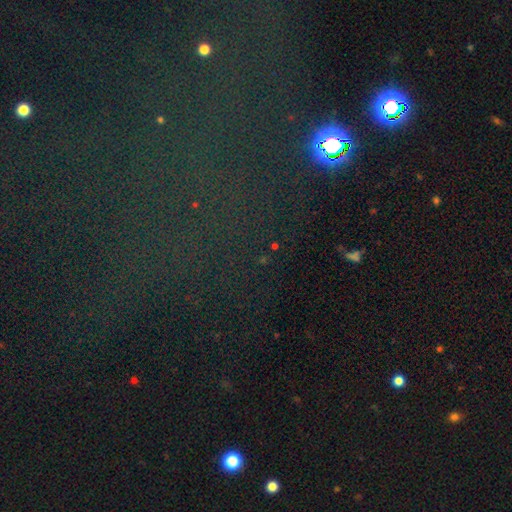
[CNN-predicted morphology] Smooth or featured?
  - star or artifact: 78% *
  - smooth: 14%
  - featured or disk: 9%